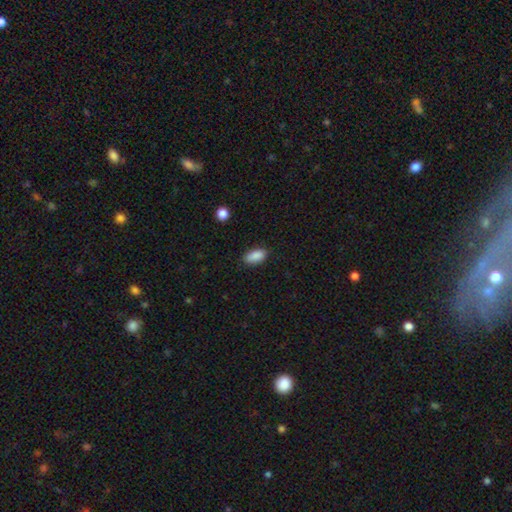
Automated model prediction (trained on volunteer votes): A smooth galaxy with no disk features (89%) that is in between round and cigar-shaped (91%). Merging: none (84%).